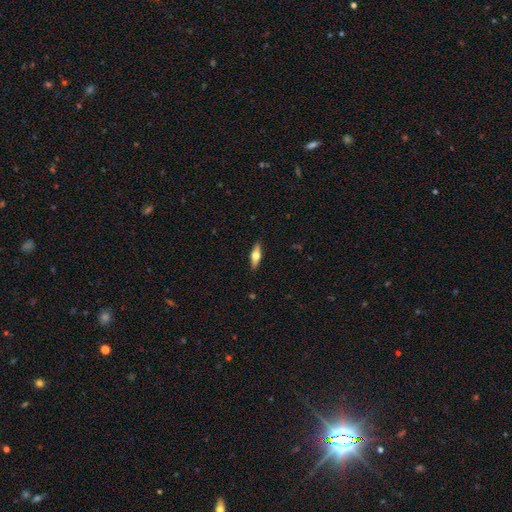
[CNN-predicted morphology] Smooth or featured: smooth — 51% (featured or disk — 43%)
How rounded: in between — 52% (cigar-shaped — 45%)
Merging: none — 89% (minor disturbance — 8%)